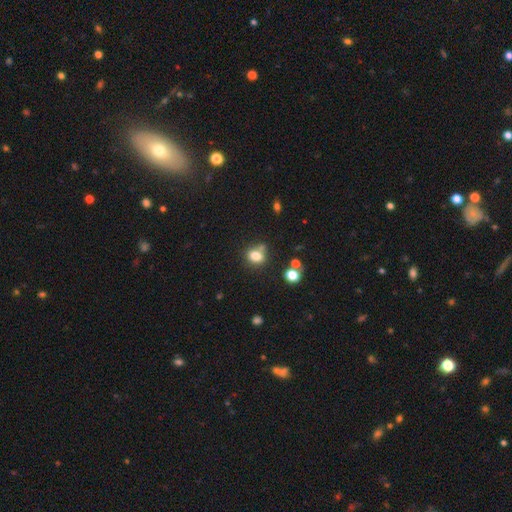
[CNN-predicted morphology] Overall: smooth (78%). How rounded: in between (50%; round 49%). Merging: none (58%).